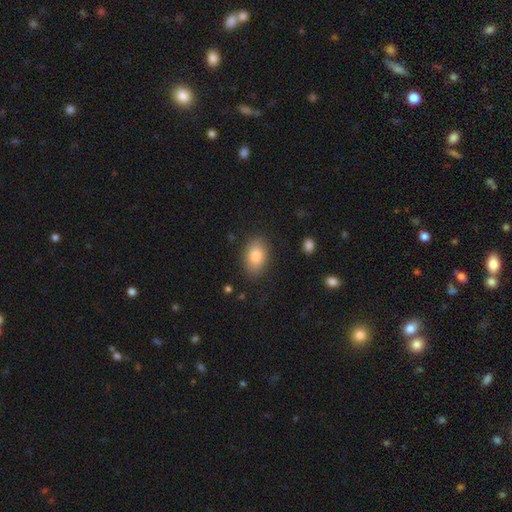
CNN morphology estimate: A smooth galaxy with no disk features (83%) that is in between round and cigar-shaped (88%).

Vote fractions:
- Smooth or featured? smooth: 83% / featured or disk: 9% / star or artifact: 7%
- How rounded? in between: 88% / round: 10% / cigar-shaped: 1%
- Merging? none: 84% / minor disturbance: 11% / major disturbance: 3% / merger: 1%